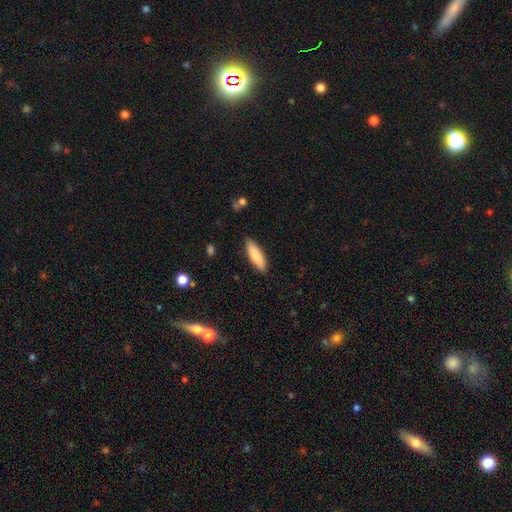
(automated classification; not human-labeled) A smooth galaxy with no disk features (84%) that is cigar-shaped (52%).

Vote fractions:
- Smooth or featured? smooth: 84% / featured or disk: 11% / star or artifact: 6%
- How rounded? cigar-shaped: 52% / in between: 47% / round: 2%
- Merging? none: 87% / minor disturbance: 10% / major disturbance: 2% / merger: 1%